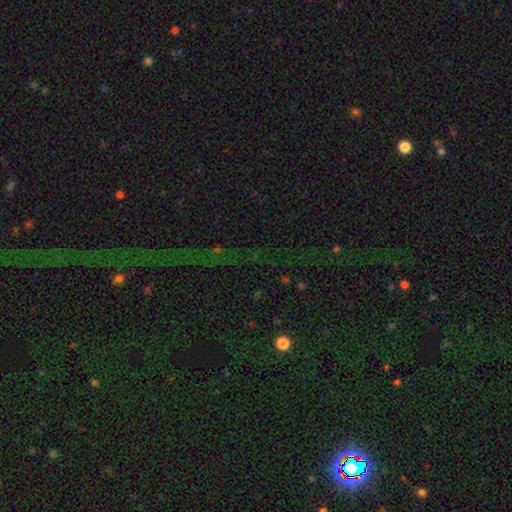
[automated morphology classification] star or artifact 79%, smooth 11%, featured or disk 10%.